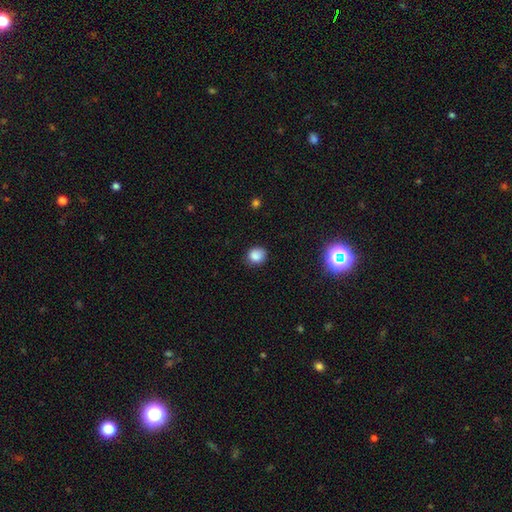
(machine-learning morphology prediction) A smooth galaxy with no disk features (85%) that is round (72%). Merging: none (79%).